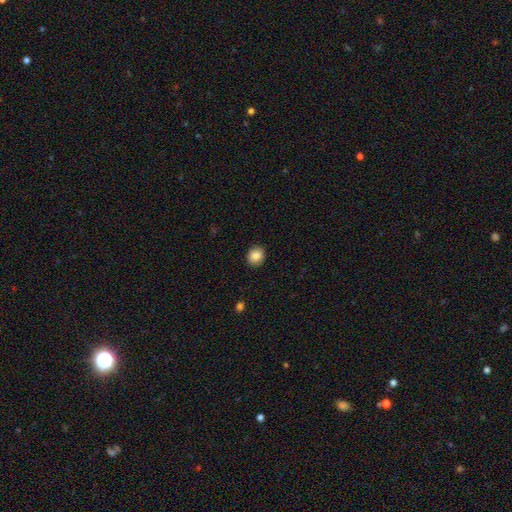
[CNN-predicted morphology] A smooth galaxy with no disk features (86%) that is round (70%). Merging: none (90%).